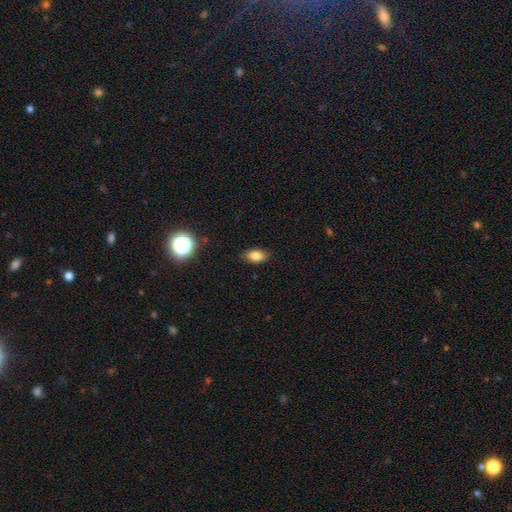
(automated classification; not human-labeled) smooth_or_featured: smooth (p=0.79) [alt: featured or disk p=0.11]
how_rounded: in between (p=0.86) [alt: round p=0.08]
merging: none (p=0.83) [alt: minor disturbance p=0.13]